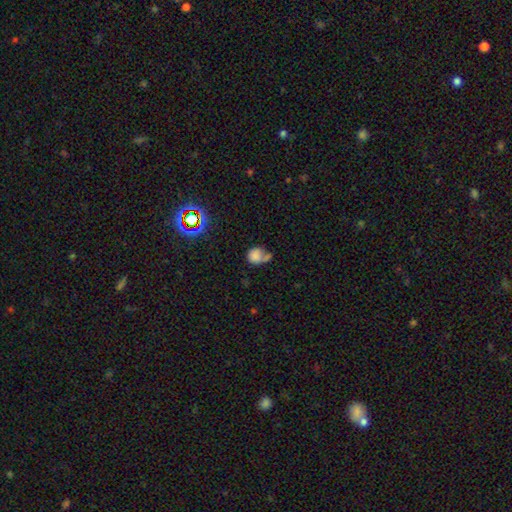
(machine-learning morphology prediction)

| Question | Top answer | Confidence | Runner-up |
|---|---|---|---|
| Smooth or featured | smooth | 74% | star or artifact (13%) |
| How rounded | round | 75% | in between (24%) |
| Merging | none | 36% | merger (26%) |